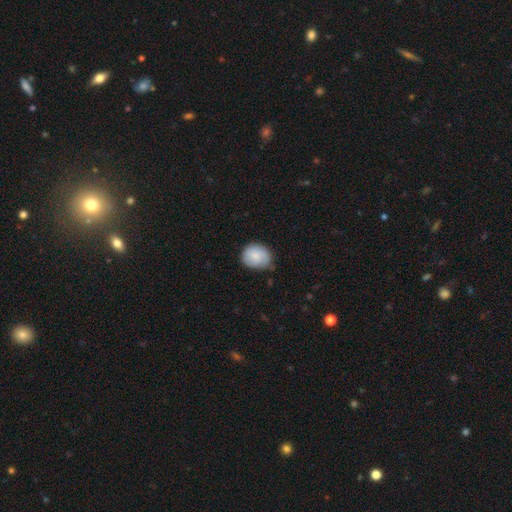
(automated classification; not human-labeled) A smooth galaxy with no disk features (80%) that is round (62%). Merging: none (66%).